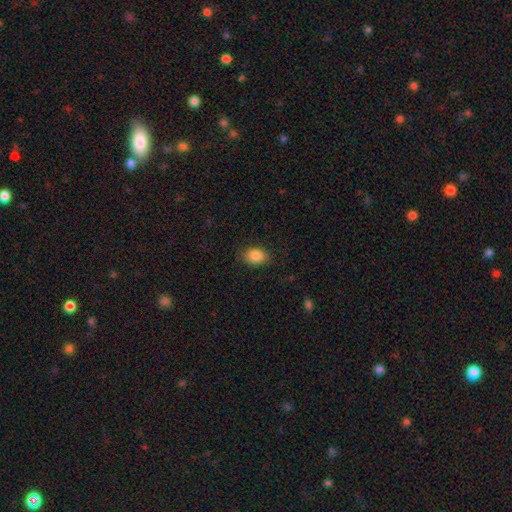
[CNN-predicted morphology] The model was most divided on "how rounded": in between: 75%, round: 24%, cigar-shaped: 1%. More confident: smooth or featured — smooth (86%); merging — none (84%).